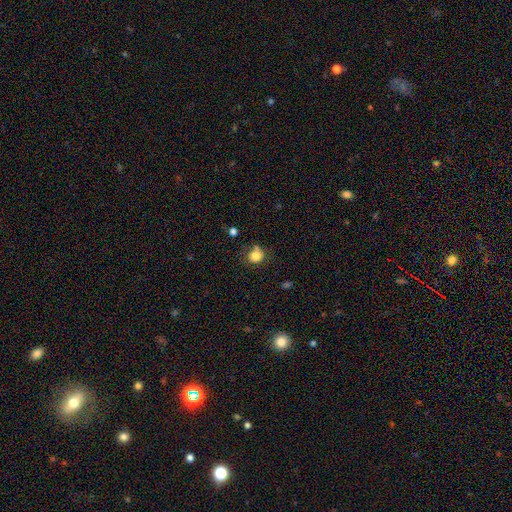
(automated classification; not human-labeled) Q: Smooth or featured?
A: smooth (82%); runner-up: star or artifact (11%)
Q: How rounded?
A: round (79%); runner-up: in between (20%)
Q: Merging?
A: none (68%); runner-up: minor disturbance (18%)